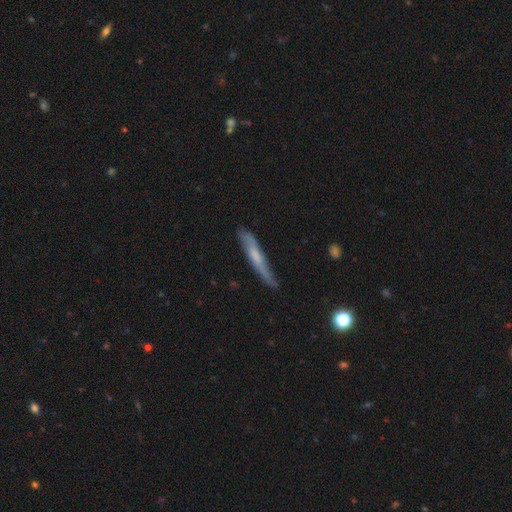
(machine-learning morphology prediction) Smooth or featured? featured or disk (47%, tied with smooth)
Merging? none (68%)